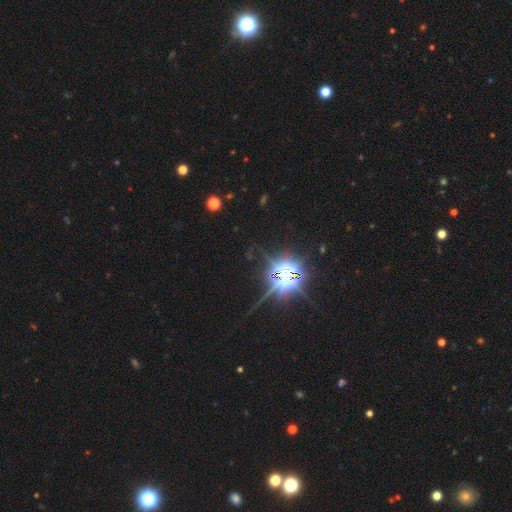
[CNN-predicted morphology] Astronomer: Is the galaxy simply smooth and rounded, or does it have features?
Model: star or artifact — 84%.